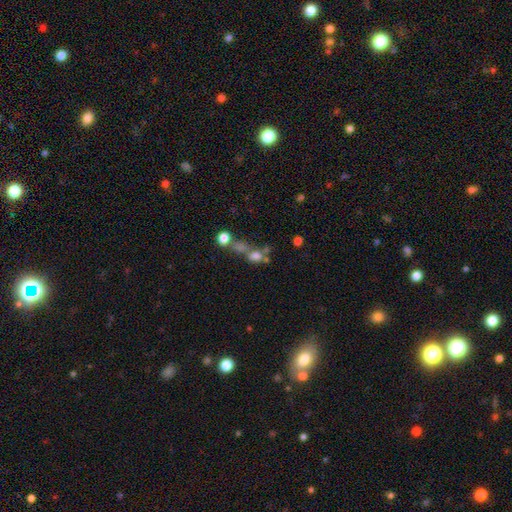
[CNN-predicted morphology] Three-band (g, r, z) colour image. It shows a smooth galaxy with no disk features (64%) that is round (48%). Merging: merger (47%).